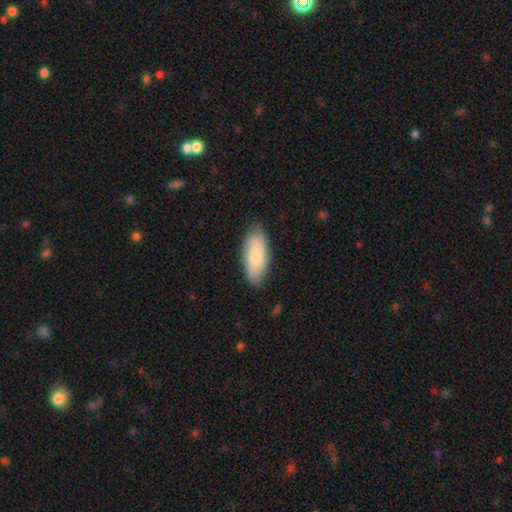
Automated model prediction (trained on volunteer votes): This appears to be a smooth galaxy with no disk features (75%) that is in between round and cigar-shaped (86%). Merging: none (79%).